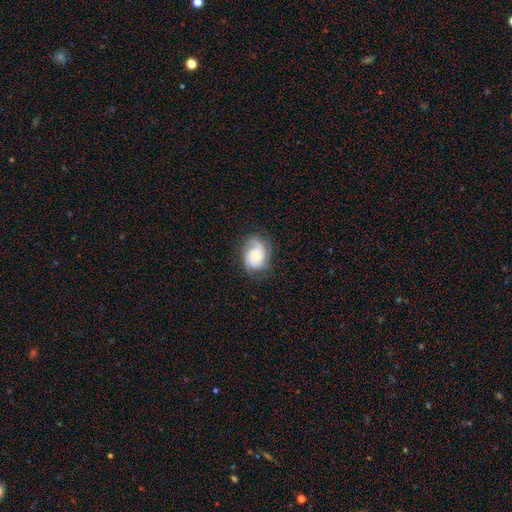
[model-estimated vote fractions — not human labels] featured or disk 65%, smooth 27%, star or artifact 8%. Down the decision tree: edge-on disk — no (97%); bar — no (72%); spiral arms — yes (92%); spiral arm count — 2 (34%); spiral winding — tight (44%); bulge size — small (49%); merging — none (67%).